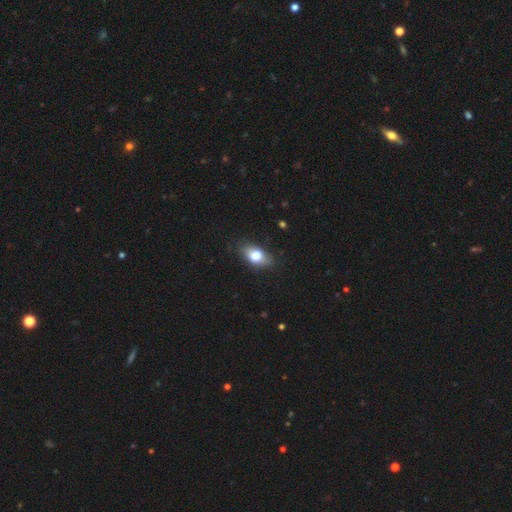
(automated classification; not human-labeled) Smooth or featured: smooth — 75% (featured or disk — 18%)
How rounded: in between — 85% (round — 10%)
Merging: none — 80% (minor disturbance — 15%)